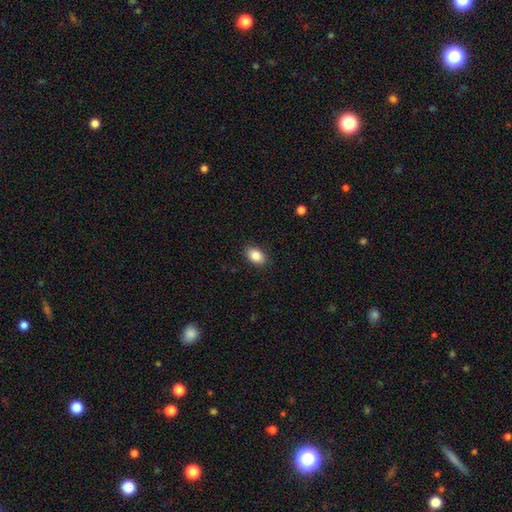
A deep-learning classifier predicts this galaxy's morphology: The model was most divided on "how rounded": in between: 87%, round: 12%, cigar-shaped: 1%. More confident: merging — none (89%); smooth or featured — smooth (86%).